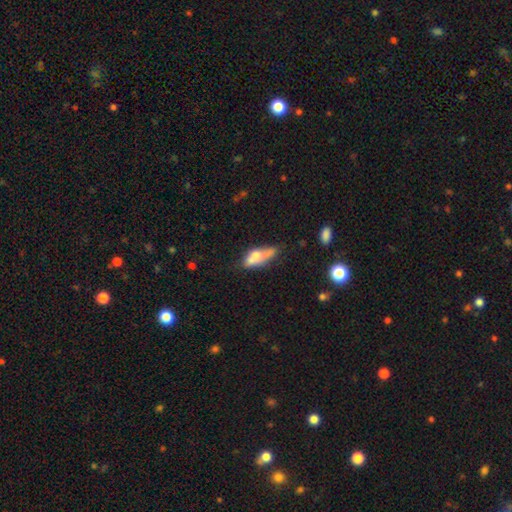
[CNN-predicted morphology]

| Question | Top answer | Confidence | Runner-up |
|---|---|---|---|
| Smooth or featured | smooth | 55% | featured or disk (37%) |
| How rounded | in between | 66% | cigar-shaped (29%) |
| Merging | none | 37% | minor disturbance (28%) |